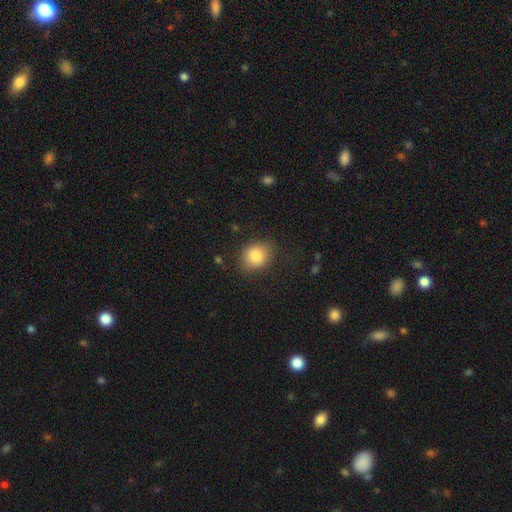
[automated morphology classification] smooth-or-featured: smooth: 84% | star or artifact: 9% | featured or disk: 7%
  how-rounded: round: 67% | in between: 32% | cigar-shaped: 1%
  merging: none: 79% | minor disturbance: 15% | major disturbance: 5% | merger: 1%